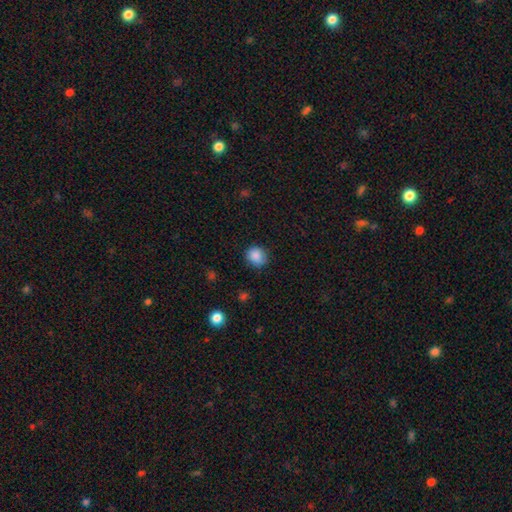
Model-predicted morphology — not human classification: Smooth or featured? Predicted: smooth (p=0.87). How rounded? Predicted: round (p=0.81). Merging? Predicted: none (p=0.81).